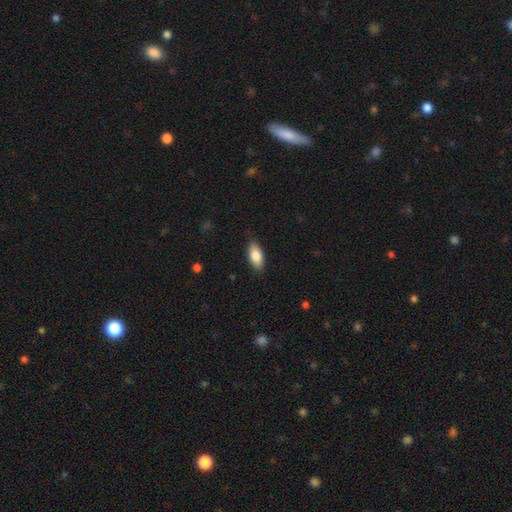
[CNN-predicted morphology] type=smooth (84%); roundness=in between (86%); merging=none (87%).